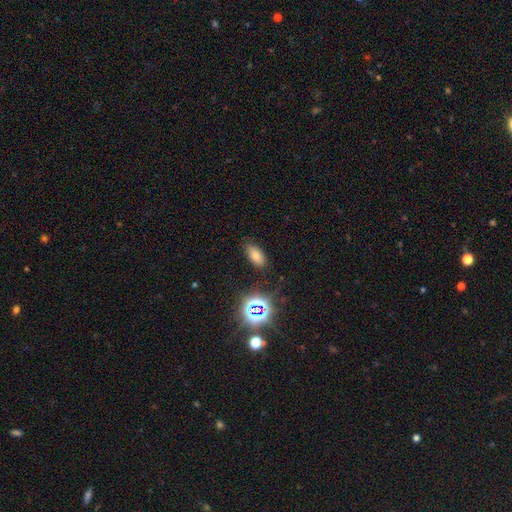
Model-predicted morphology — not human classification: Q: Smooth or featured?
A: smooth (67%); runner-up: star or artifact (23%)
Q: How rounded?
A: in between (87%); runner-up: cigar-shaped (8%)
Q: Merging?
A: none (84%); runner-up: minor disturbance (11%)